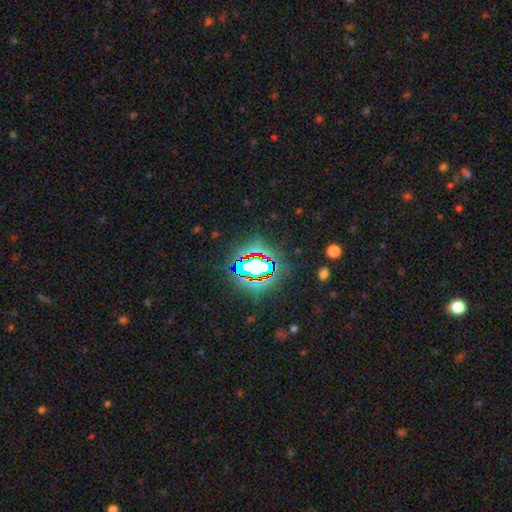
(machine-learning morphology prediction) This is clearly a star or artifact rather than a galaxy (80%).